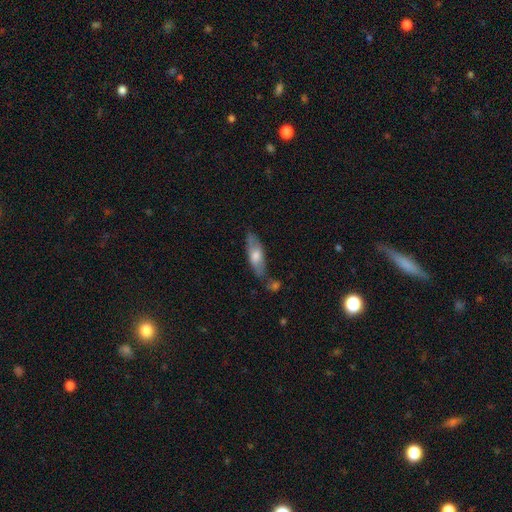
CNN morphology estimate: A smooth galaxy with no disk features (53%) that is in between round and cigar-shaped (55%). Merging: none (65%).